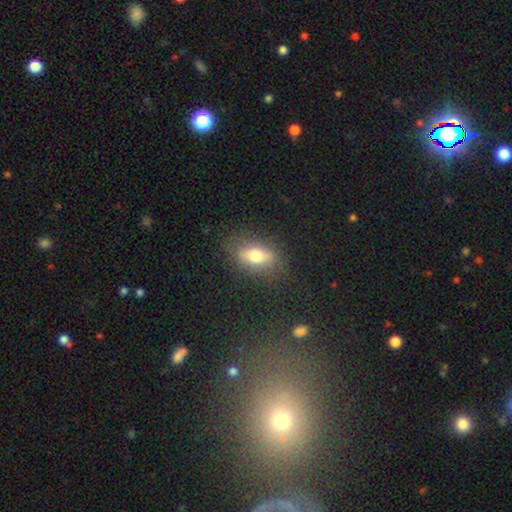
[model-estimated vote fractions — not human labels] A smooth galaxy with no disk features (64%) that is in between round and cigar-shaped (76%). Merging: none (79%).